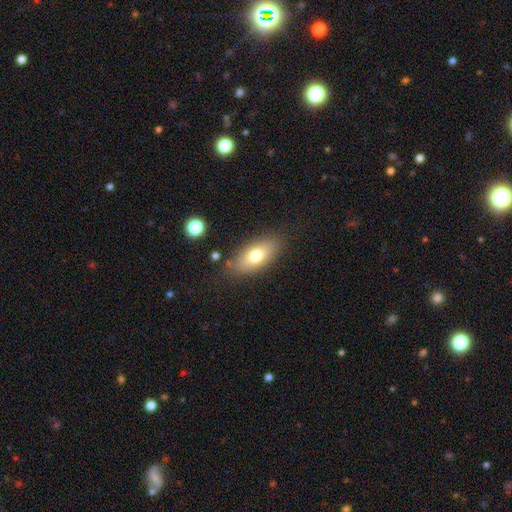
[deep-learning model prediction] smooth_or_featured: smooth (p=0.73) [alt: featured or disk p=0.19]
how_rounded: in between (p=0.85) [alt: cigar-shaped p=0.11]
merging: none (p=0.80) [alt: minor disturbance p=0.13]